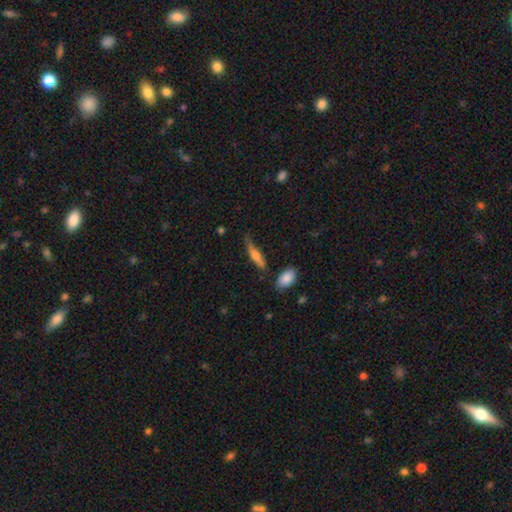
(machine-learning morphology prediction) The model was most divided on "smooth or featured": smooth: 57%, featured or disk: 36%, star or artifact: 7%. More confident: how rounded — cigar-shaped (74%); merging — none (62%).